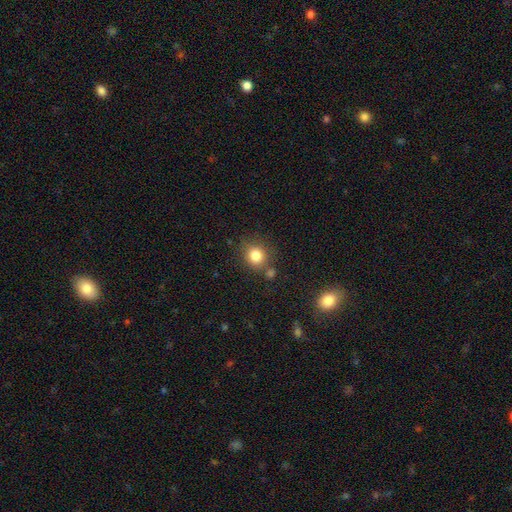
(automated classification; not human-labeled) The model was most divided on "merging": none: 74%, minor disturbance: 12%, merger: 10%, major disturbance: 4%. More confident: how rounded — round (85%); smooth or featured — smooth (82%).